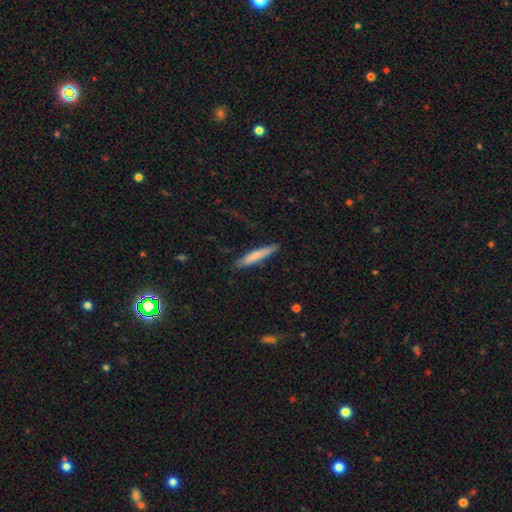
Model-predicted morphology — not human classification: The model was most divided on "smooth or featured": smooth: 74%, featured or disk: 21%, star or artifact: 6%. More confident: how rounded — cigar-shaped (93%); merging — none (85%).